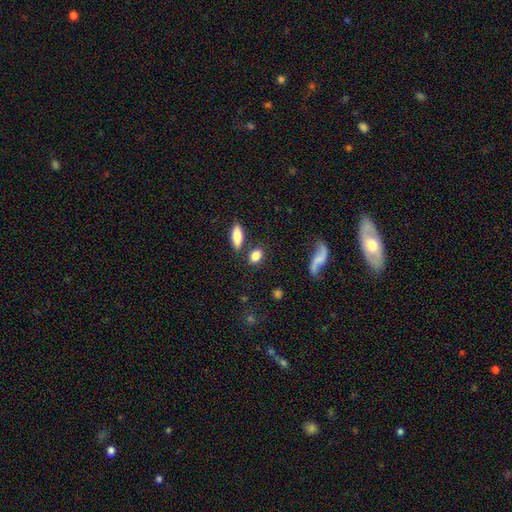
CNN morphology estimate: A smooth galaxy with no disk features (83%) that is in between round and cigar-shaped (71%).

Vote fractions:
- Smooth or featured? smooth: 83% / featured or disk: 9% / star or artifact: 8%
- How rounded? in between: 71% / round: 24% / cigar-shaped: 5%
- Merging? none: 70% / minor disturbance: 13% / merger: 13% / major disturbance: 5%